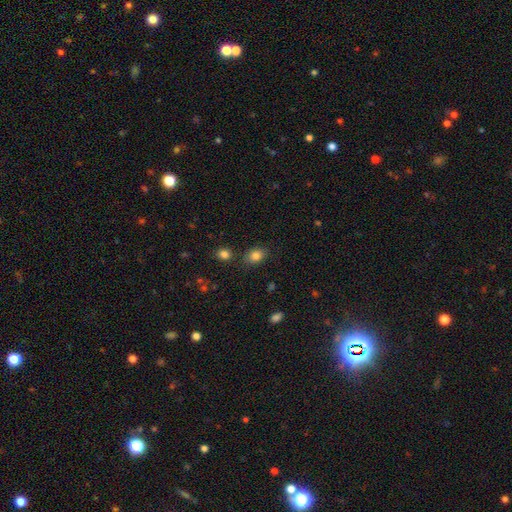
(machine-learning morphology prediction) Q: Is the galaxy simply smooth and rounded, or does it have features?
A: smooth — 83%.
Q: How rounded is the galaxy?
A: in between — 68%.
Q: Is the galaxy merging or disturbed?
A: none — 80%.